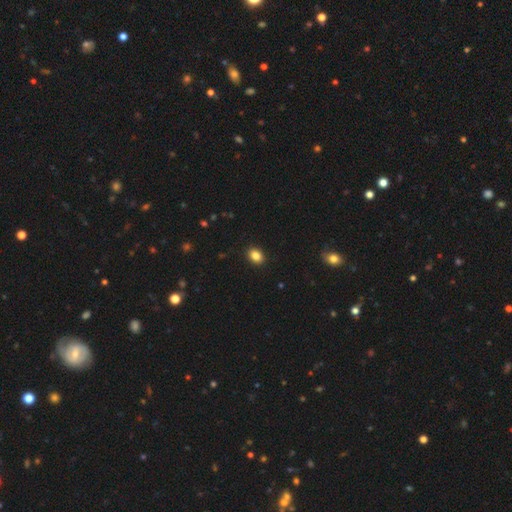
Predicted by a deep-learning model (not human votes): Smooth or featured: smooth — 86% (star or artifact — 9%)
How rounded: in between — 66% (round — 33%)
Merging: none — 91% (minor disturbance — 7%)